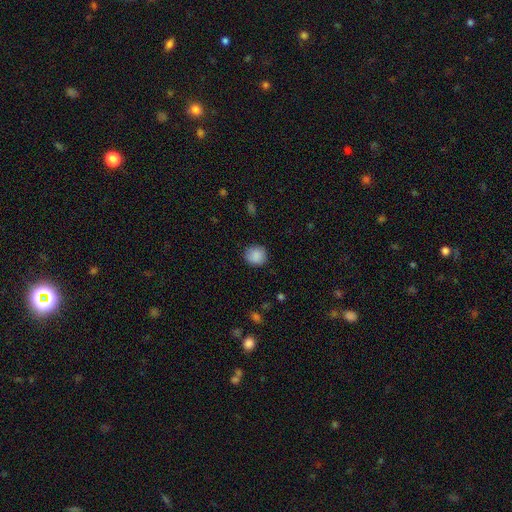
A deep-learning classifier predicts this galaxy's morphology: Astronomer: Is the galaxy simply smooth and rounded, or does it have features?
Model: smooth — 88%.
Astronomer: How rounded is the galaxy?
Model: round — 90%.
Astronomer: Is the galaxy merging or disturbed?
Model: none — 87%.